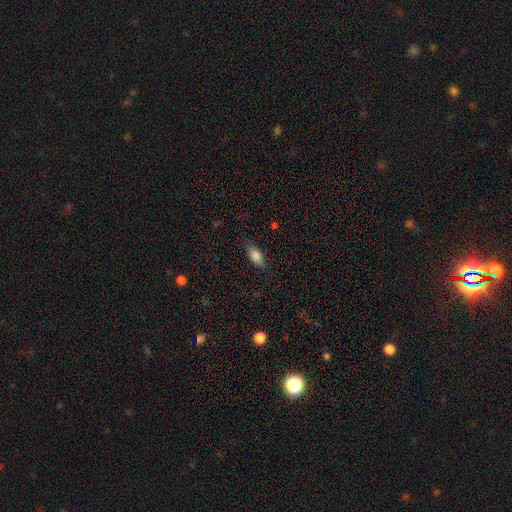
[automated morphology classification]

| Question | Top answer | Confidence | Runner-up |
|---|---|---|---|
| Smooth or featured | smooth | 85% | featured or disk (8%) |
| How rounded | in between | 86% | cigar-shaped (11%) |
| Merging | none | 80% | minor disturbance (15%) |